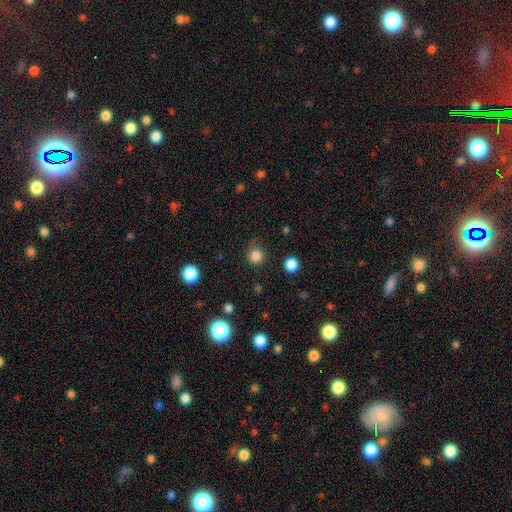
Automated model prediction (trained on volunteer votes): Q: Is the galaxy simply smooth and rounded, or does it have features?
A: smooth — 83%.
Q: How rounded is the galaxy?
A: round — 92%.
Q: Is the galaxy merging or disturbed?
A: none — 79%.